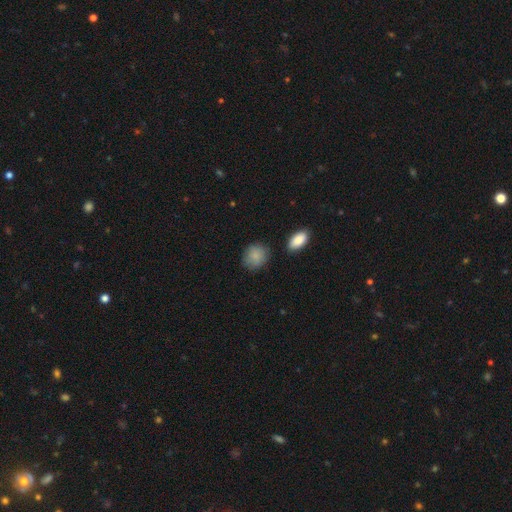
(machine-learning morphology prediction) Smooth or featured: smooth — 88% (star or artifact — 7%)
How rounded: round — 61% (in between — 37%)
Merging: none — 77% (minor disturbance — 16%)